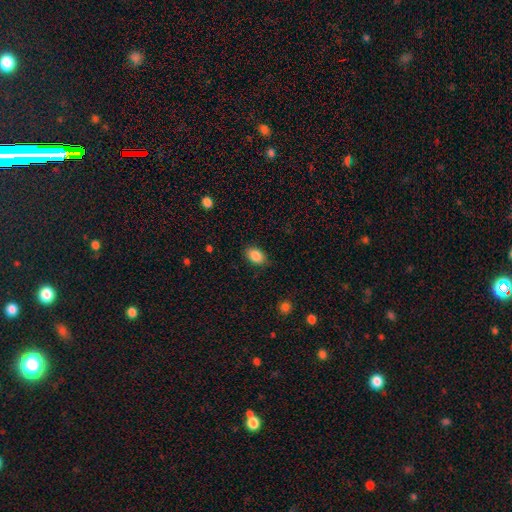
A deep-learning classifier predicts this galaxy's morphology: smooth-or-featured: smooth: 87% | star or artifact: 8% | featured or disk: 5%
  how-rounded: in between: 85% | round: 14% | cigar-shaped: 1%
  merging: none: 84% | minor disturbance: 12% | major disturbance: 3% | merger: 1%